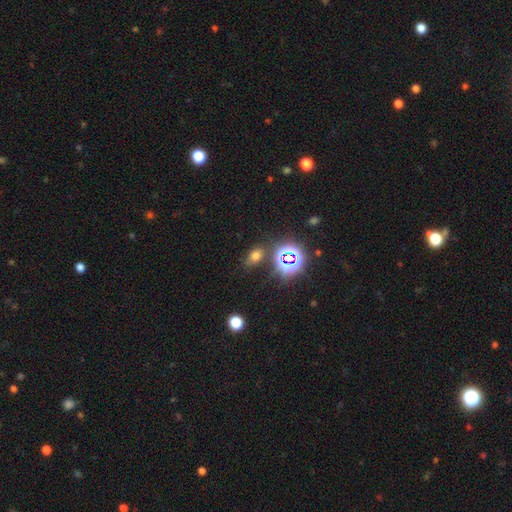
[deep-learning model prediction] smooth-or-featured: smooth: 58% | star or artifact: 34% | featured or disk: 8%
  how-rounded: in between: 74% | round: 24% | cigar-shaped: 3%
  merging: none: 75% | minor disturbance: 14% | merger: 6% | major disturbance: 5%